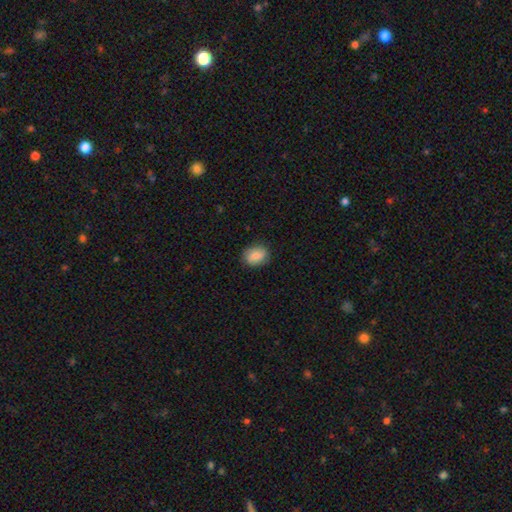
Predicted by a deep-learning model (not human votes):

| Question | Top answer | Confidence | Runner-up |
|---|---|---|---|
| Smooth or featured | smooth | 81% | featured or disk (11%) |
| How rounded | in between | 60% | round (39%) |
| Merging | none | 84% | minor disturbance (12%) |